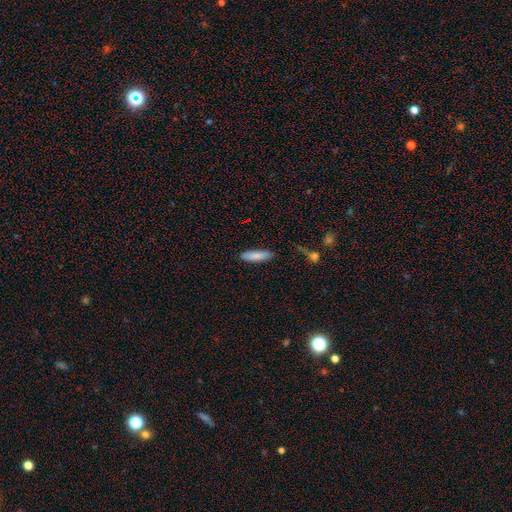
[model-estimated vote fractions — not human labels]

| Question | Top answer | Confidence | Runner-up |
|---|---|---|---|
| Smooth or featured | smooth | 85% | featured or disk (9%) |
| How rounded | cigar-shaped | 61% | in between (37%) |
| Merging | none | 82% | minor disturbance (14%) |